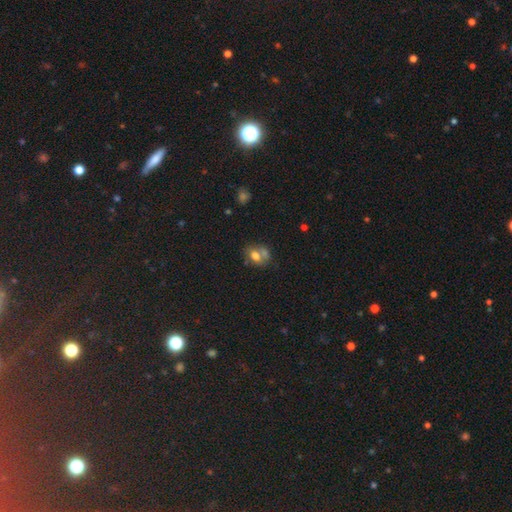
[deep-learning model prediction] Smooth or featured: smooth — 68% (featured or disk — 21%)
How rounded: in between — 64% (round — 35%)
Merging: none — 40% (merger — 38%)